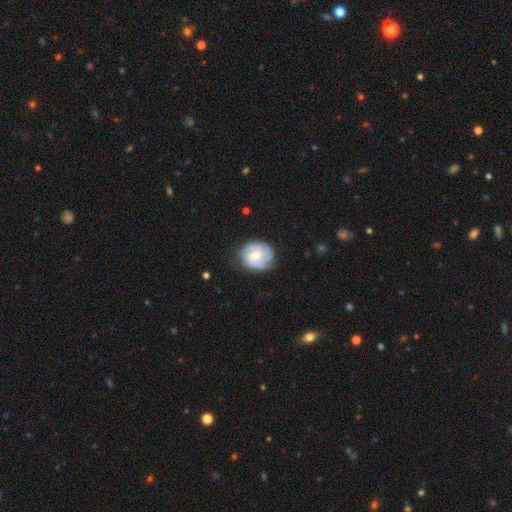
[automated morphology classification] A featured or disk galaxy (77%) with no bar (70%), 3 (31%) tight (62%) spiral arms (94%) and a moderate central bulge (55%).

Vote fractions:
- Smooth or featured? featured or disk: 77% / smooth: 17% / star or artifact: 6%
- Edge-on disk? no: 98% / yes: 2%
- Bar? no: 70% / weak: 26% / strong: 4%
- Spiral arms? yes: 94% / no: 6%
- Spiral winding? tight: 62% / medium: 30% / loose: 8%
- Spiral arm count? 3: 31% / can't tell: 28% / 4: 19% / 2: 12% / more than 4: 5% / 1: 5%
- Bulge size? moderate: 55% / small: 40% / large: 3% / none: 1% / dominant: 1%
- Merging? none: 74% / minor disturbance: 19% / major disturbance: 6% / merger: 1%